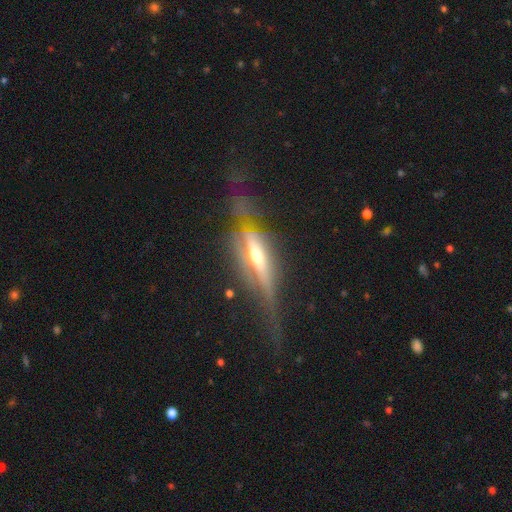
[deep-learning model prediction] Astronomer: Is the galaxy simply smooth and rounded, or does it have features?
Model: featured or disk — 73%.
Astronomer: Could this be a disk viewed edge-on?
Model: yes — 85%.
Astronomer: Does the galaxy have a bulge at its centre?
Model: rounded — 83%.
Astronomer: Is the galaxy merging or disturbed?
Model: none — 39% (runner-up: major disturbance, 35%).